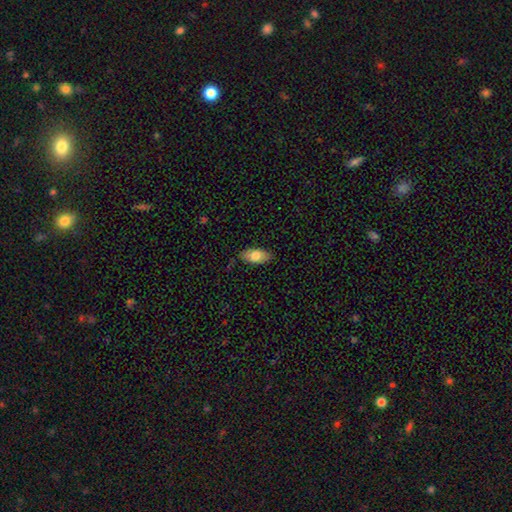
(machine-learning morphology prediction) This appears to be a smooth galaxy with no disk features (77%) that is in between round and cigar-shaped (91%). Merging: none (83%).